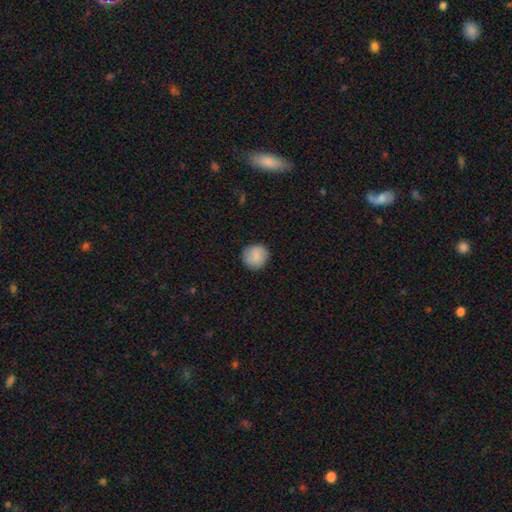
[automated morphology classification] This is clearly a smooth galaxy (86%). How rounded: clearly round (92%). Merging: clearly none (88%).